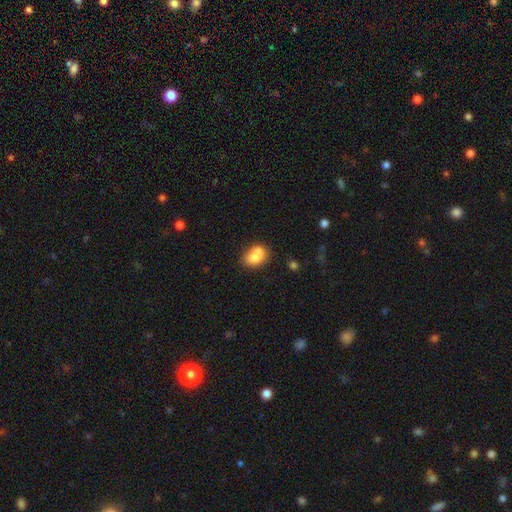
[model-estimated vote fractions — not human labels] smooth-or-featured: smooth: 73% | featured or disk: 18% | star or artifact: 9%
  how-rounded: in between: 59% | round: 40% | cigar-shaped: 1%
  merging: merger: 47% | none: 36% | minor disturbance: 12% | major disturbance: 4%